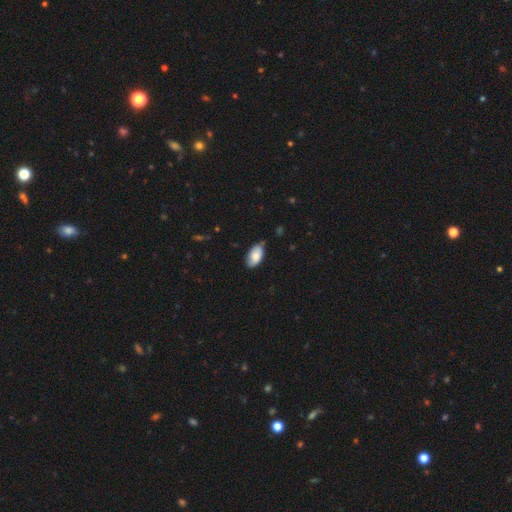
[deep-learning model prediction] Smooth or featured? Predicted: smooth (p=0.79). How rounded? Predicted: in between (p=0.95). Merging? Predicted: none (p=0.71).